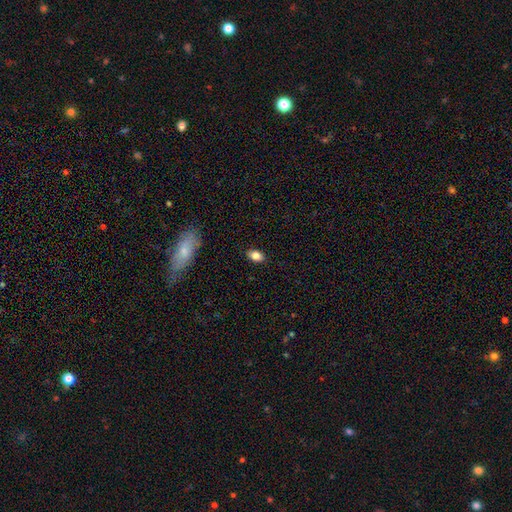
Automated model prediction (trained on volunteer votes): Morphology: type=smooth (83%); roundness=in between (87%); merging=none (87%).